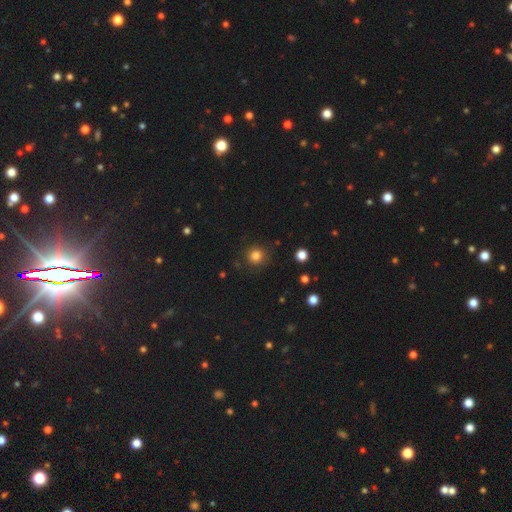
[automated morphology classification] type=smooth (82%); roundness=round (92%); merging=none (85%).